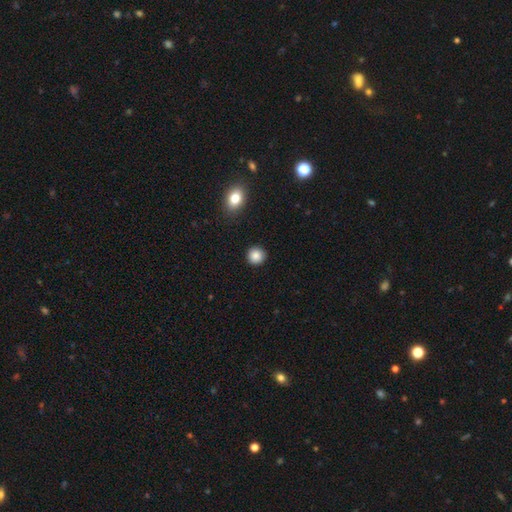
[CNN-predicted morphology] Smooth or featured? smooth (87%)
How rounded? round (93%)
Merging? none (92%)